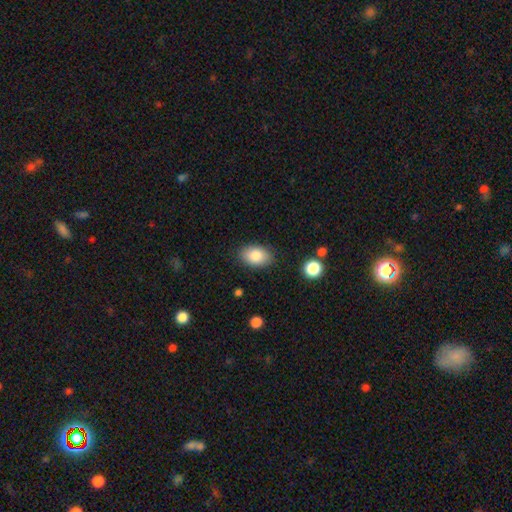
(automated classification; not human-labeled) A smooth galaxy with no disk features (84%) that is in between round and cigar-shaped (87%). Merging: none (85%).